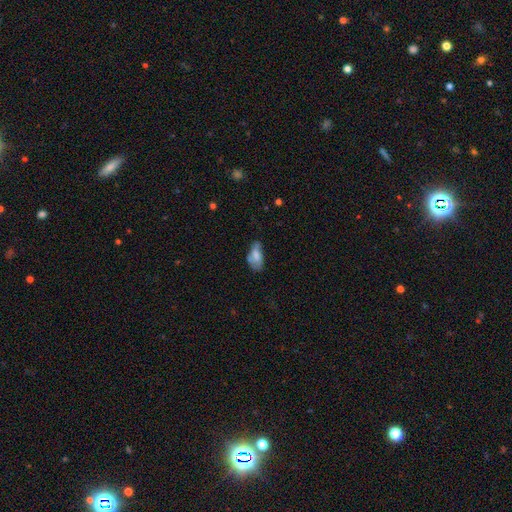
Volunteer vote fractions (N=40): Q: Smooth or featured?
A: smooth (57%); runner-up: featured or disk (35%)
Q: How rounded?
A: in between (91%); runner-up: round (4%)
Q: Merging?
A: minor disturbance (35%); runner-up: none (30%)